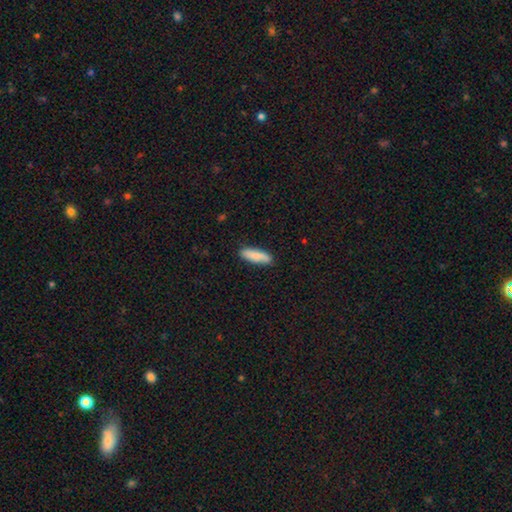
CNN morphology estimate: smooth_or_featured: smooth (p=0.83) [alt: featured or disk p=0.11]
how_rounded: cigar-shaped (p=0.56) [alt: in between p=0.43]
merging: none (p=0.84) [alt: minor disturbance p=0.13]